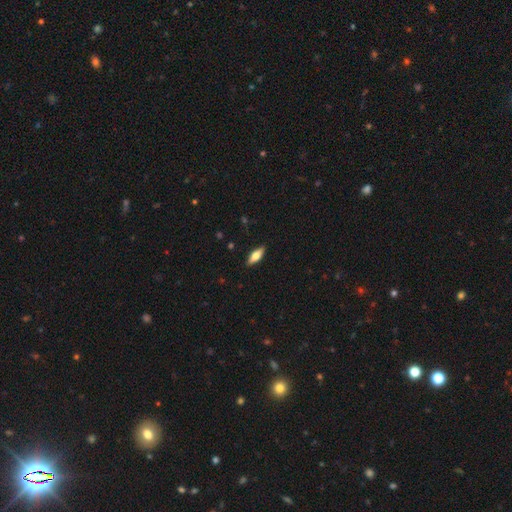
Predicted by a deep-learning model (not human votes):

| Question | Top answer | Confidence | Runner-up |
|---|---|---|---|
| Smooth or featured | smooth | 63% | featured or disk (31%) |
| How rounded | in between | 68% | cigar-shaped (30%) |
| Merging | none | 89% | minor disturbance (8%) |